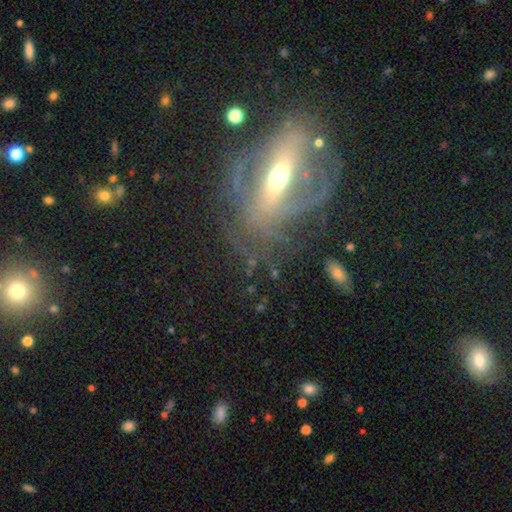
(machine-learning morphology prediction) type=featured or disk (76%); edge-on=no (77%); bar=strong (43%); spiral arms=yes (62%); bulge=moderate (68%); merging=none (56%).